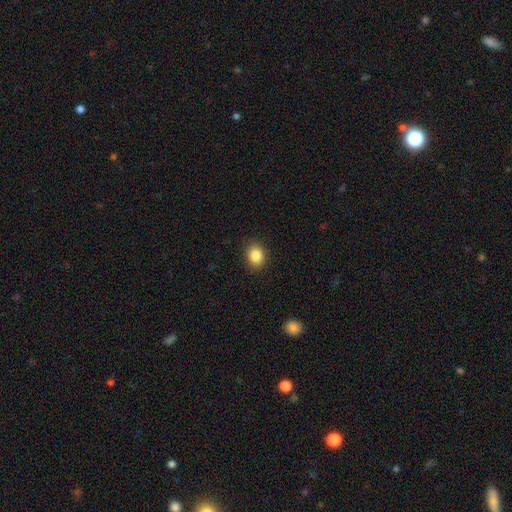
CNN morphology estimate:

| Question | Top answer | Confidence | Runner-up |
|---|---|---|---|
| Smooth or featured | smooth | 86% | star or artifact (9%) |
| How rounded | in between | 50% | round (49%) |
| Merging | none | 88% | minor disturbance (8%) |